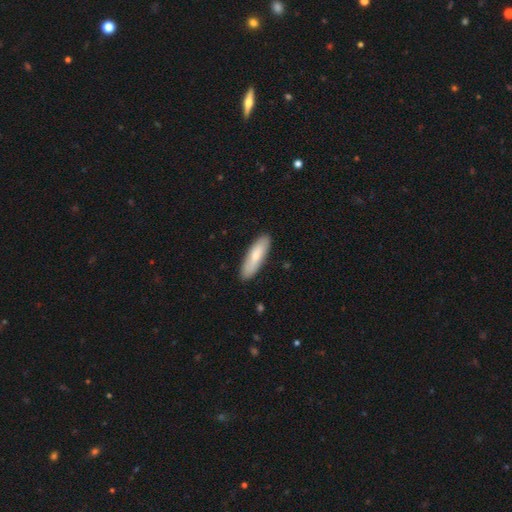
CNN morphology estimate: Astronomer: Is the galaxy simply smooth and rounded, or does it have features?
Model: smooth — 77%.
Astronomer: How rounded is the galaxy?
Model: cigar-shaped — 58% (runner-up: in between, 40%).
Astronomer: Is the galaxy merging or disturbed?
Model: none — 88%.